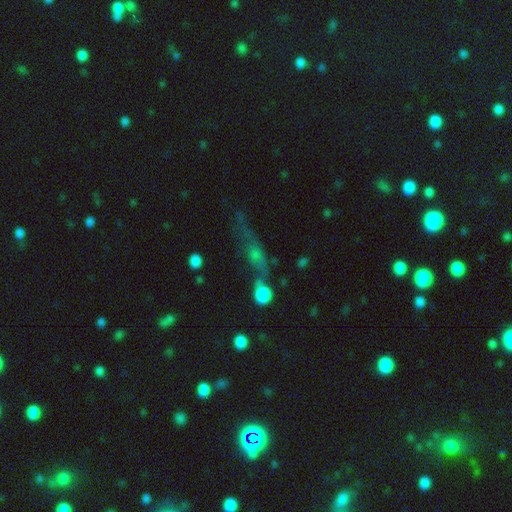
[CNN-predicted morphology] featured or disk 40%, smooth 37%, star or artifact 24%. Down the decision tree: merging — none (48%).